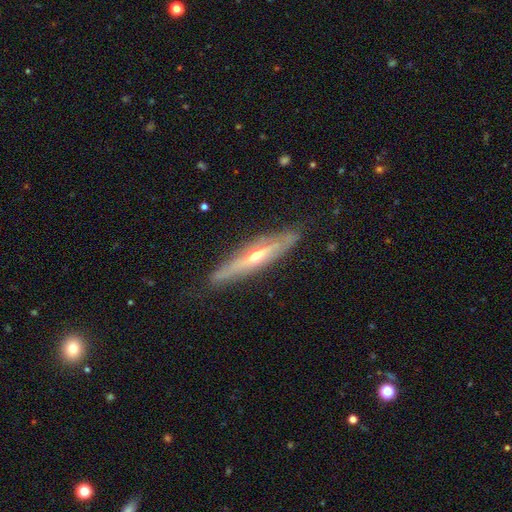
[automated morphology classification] The model was most divided on "smooth or featured": featured or disk: 74%, smooth: 20%, star or artifact: 6%. More confident: edge-on disk — yes (85%); edge-on bulge — rounded (83%); merging — none (83%).